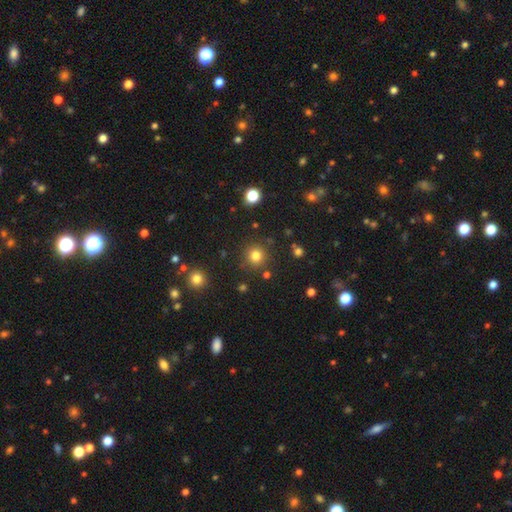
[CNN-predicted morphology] A smooth galaxy with no disk features (80%) that is round (94%). Merging: none (87%).